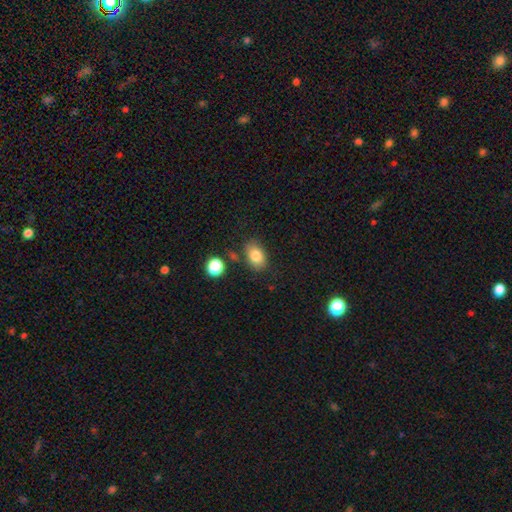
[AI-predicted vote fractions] smooth 82%, star or artifact 9%, featured or disk 9%. Down the decision tree: how rounded — in between (80%); merging — none (77%).